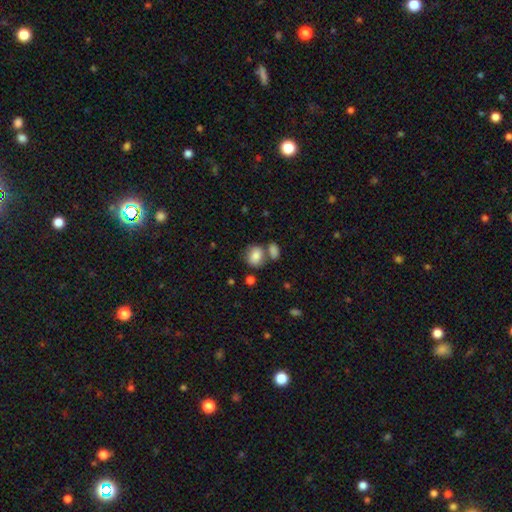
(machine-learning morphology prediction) type=smooth (83%); roundness=in between (54%); merging=none (50%).